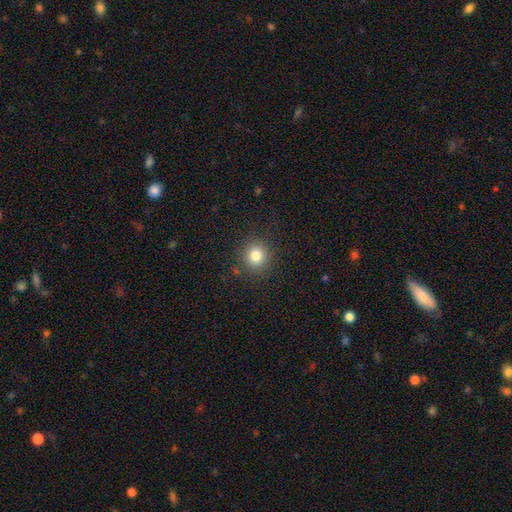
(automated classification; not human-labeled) smooth-or-featured: smooth: 81% | star or artifact: 12% | featured or disk: 7%
  how-rounded: round: 90% | in between: 9% | cigar-shaped: 1%
  merging: none: 88% | minor disturbance: 8% | major disturbance: 3% | merger: 1%